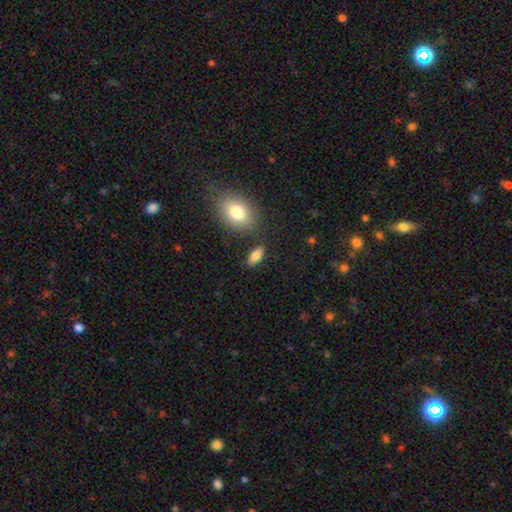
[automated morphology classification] smooth_or_featured: smooth (p=0.81) [alt: featured or disk p=0.11]
how_rounded: in between (p=0.83) [alt: cigar-shaped p=0.13]
merging: none (p=0.82) [alt: minor disturbance p=0.11]